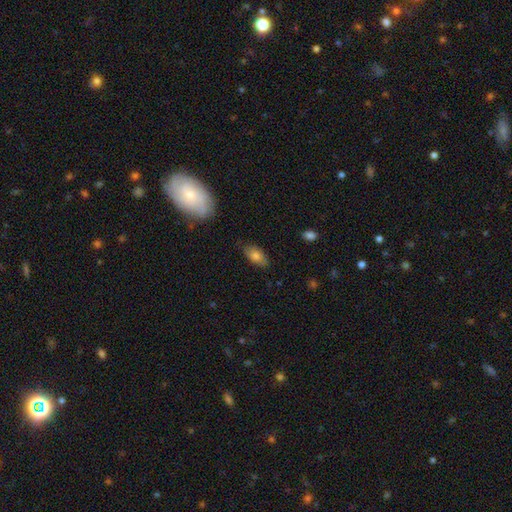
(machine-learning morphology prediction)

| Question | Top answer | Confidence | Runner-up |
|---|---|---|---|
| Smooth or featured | smooth | 78% | featured or disk (14%) |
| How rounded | in between | 91% | round (4%) |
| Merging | none | 81% | minor disturbance (15%) |